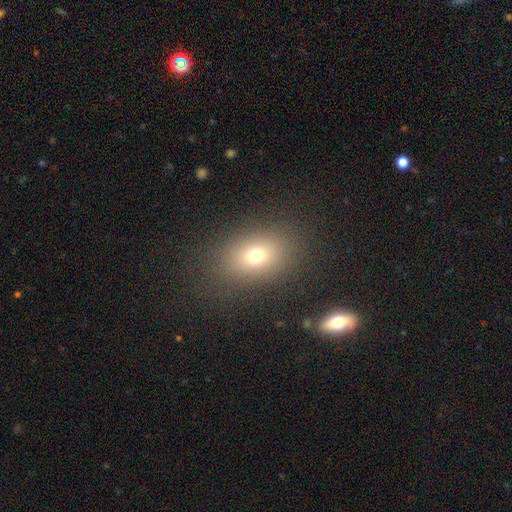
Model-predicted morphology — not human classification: Smooth or featured? Predicted: smooth (p=0.71). How rounded? Predicted: in between (p=0.66). Merging? Predicted: none (p=0.83).